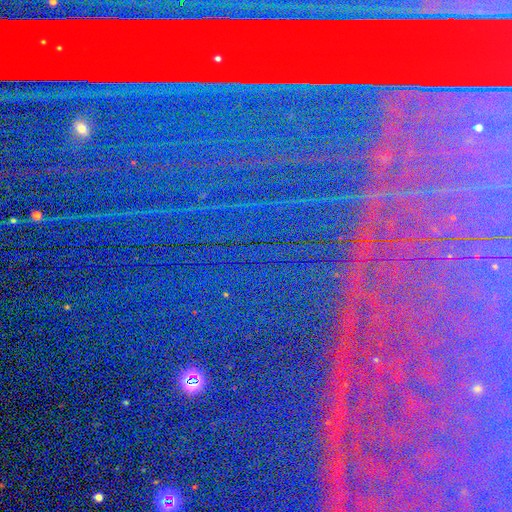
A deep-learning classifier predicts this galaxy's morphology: type=star or artifact (85%).